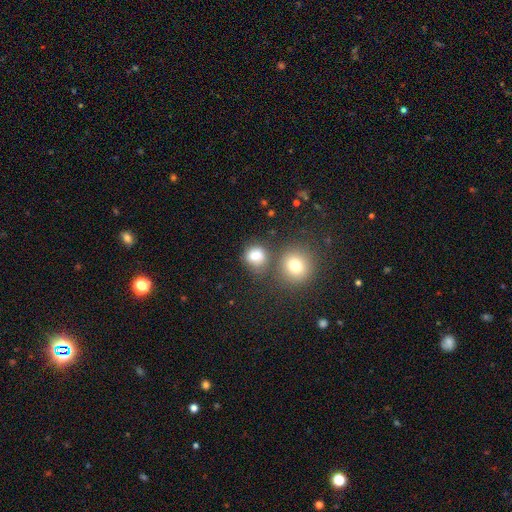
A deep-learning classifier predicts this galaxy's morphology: This is likely a smooth galaxy (78%). How rounded: likely round (75%). Merging: likely none (60%).